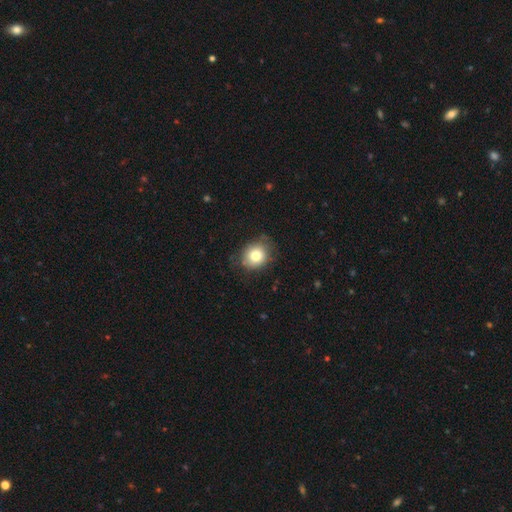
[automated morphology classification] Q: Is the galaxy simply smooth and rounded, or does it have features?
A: smooth — 79%.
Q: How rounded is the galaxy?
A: round — 73%.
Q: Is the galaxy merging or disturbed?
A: none — 75%.